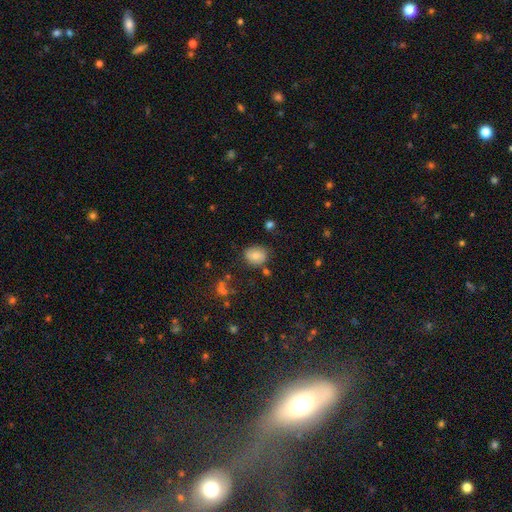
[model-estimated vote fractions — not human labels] Smooth or featured? Predicted: smooth (p=0.76). How rounded? Predicted: round (p=0.52). Merging? Predicted: none (p=0.76).